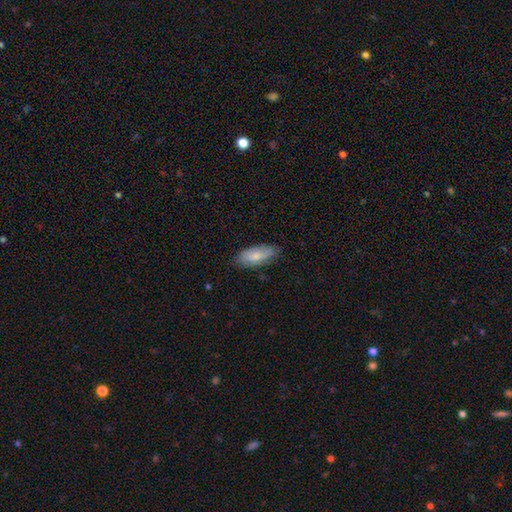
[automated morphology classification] The model was most divided on "merging": none: 77%, minor disturbance: 18%, major disturbance: 3%, merger: 1%. More confident: how rounded — in between (85%); smooth or featured — smooth (79%).